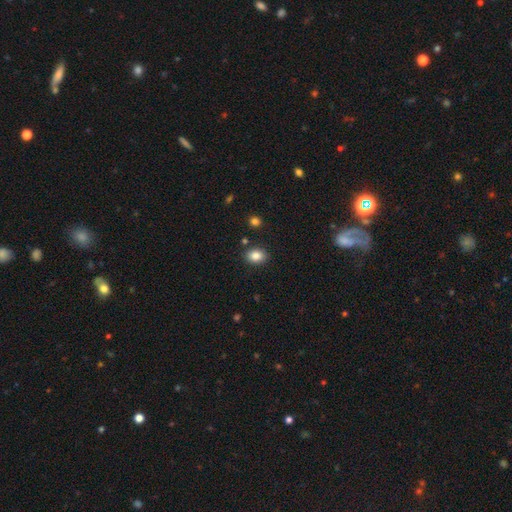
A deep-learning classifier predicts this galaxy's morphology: Q: Smooth or featured?
A: smooth (84%); runner-up: star or artifact (9%)
Q: How rounded?
A: in between (70%); runner-up: round (29%)
Q: Merging?
A: none (86%); runner-up: minor disturbance (9%)